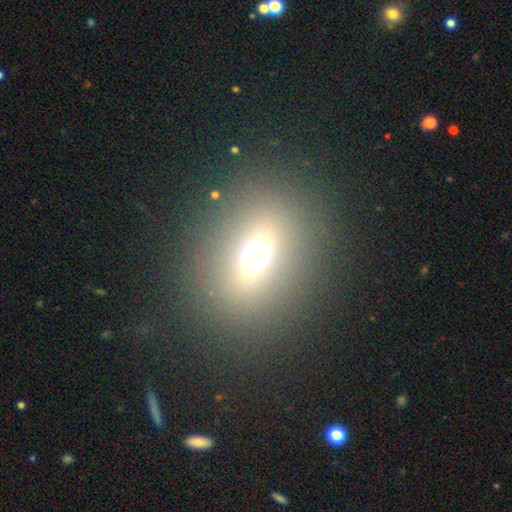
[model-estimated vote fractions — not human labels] smooth 61%, star or artifact 22%, featured or disk 16%. Down the decision tree: how rounded — in between (56%); merging — none (83%).